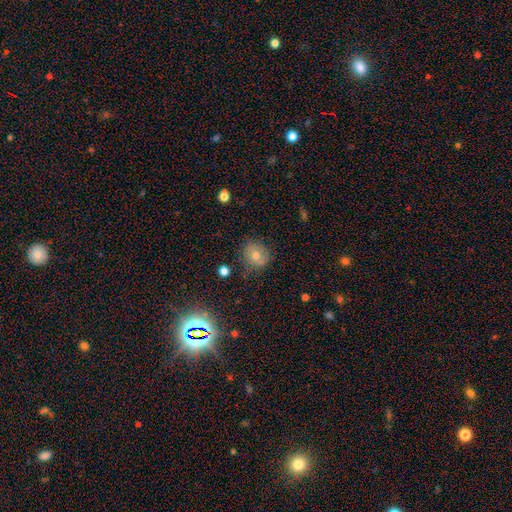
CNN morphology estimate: Smooth or featured? Predicted: smooth (p=0.53). How rounded? Predicted: round (p=0.78). Merging? Predicted: none (p=0.77).